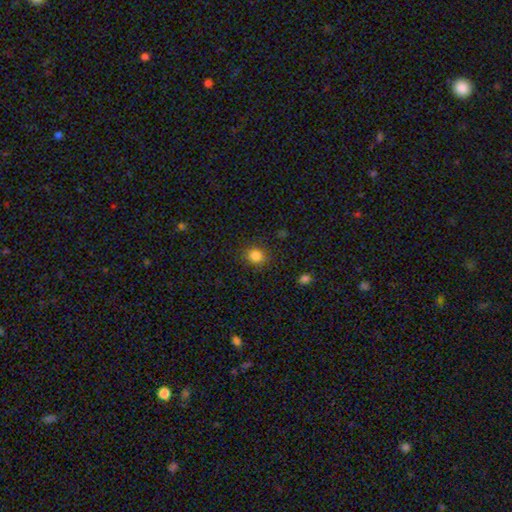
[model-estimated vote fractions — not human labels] A smooth galaxy with no disk features (84%) that is round (79%). Merging: none (87%).